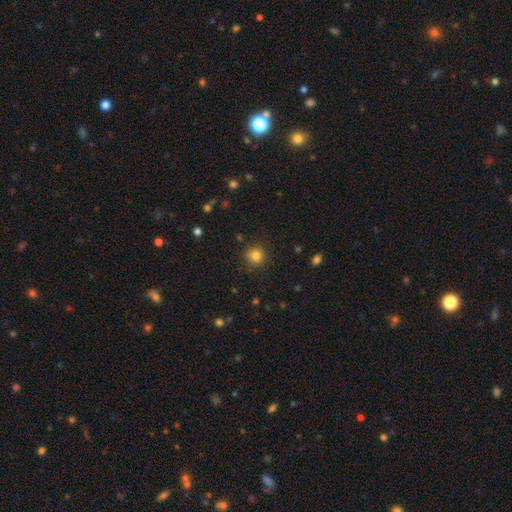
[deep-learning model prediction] smooth_or_featured: smooth (p=0.82) [alt: star or artifact p=0.13]
how_rounded: round (p=0.92) [alt: in between p=0.07]
merging: none (p=0.87) [alt: minor disturbance p=0.09]